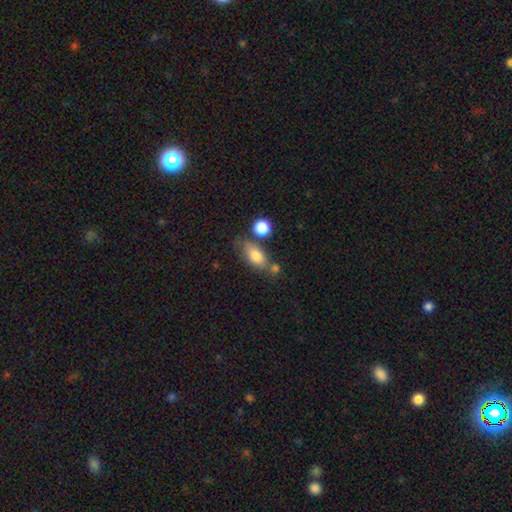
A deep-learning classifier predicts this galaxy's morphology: Q: Smooth or featured?
A: smooth (78%); runner-up: featured or disk (14%)
Q: How rounded?
A: in between (81%); runner-up: cigar-shaped (10%)
Q: Merging?
A: none (52%); runner-up: minor disturbance (20%)